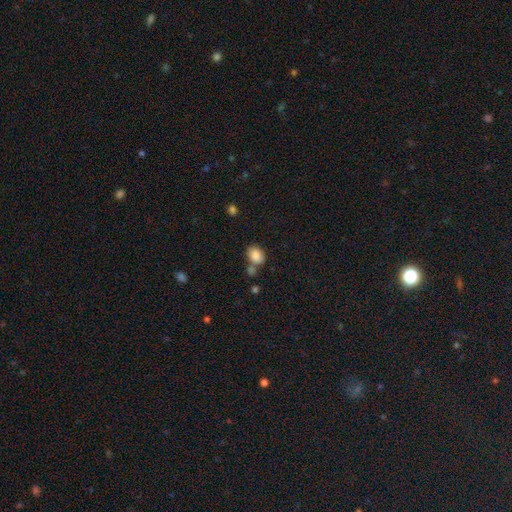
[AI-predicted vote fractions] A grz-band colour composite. It shows a smooth galaxy with no disk features (85%) that is in between round and cigar-shaped (72%). Merging: none (51%).